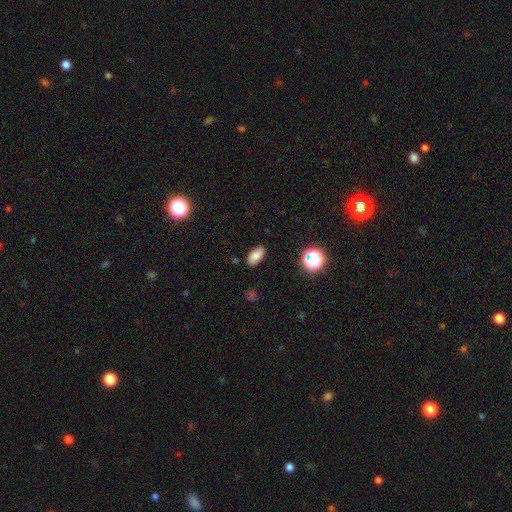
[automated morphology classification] Smooth or featured?
  - smooth: 80% *
  - star or artifact: 12%
  - featured or disk: 9%
How rounded?
  - in between: 92% *
  - round: 5%
  - cigar-shaped: 3%
Merging?
  - none: 85% *
  - minor disturbance: 11%
  - major disturbance: 2%
  - merger: 2%